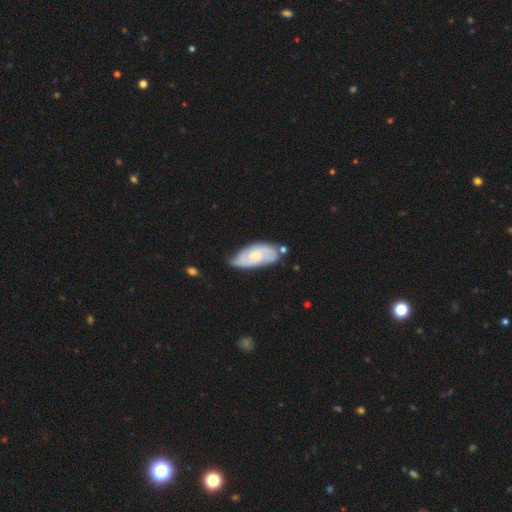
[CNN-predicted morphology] Overall: featured or disk (66%; smooth 29%). Edge-on disk: no (93%). Bar: no (63%; weak 32%). Spiral arms: yes (93%). Spiral arm count: 2 (53%; can't tell 23%). Spiral winding: tight (45%; medium 41%). Bulge size: small (43%; moderate 31%). Merging: none (57%; minor disturbance 30%).